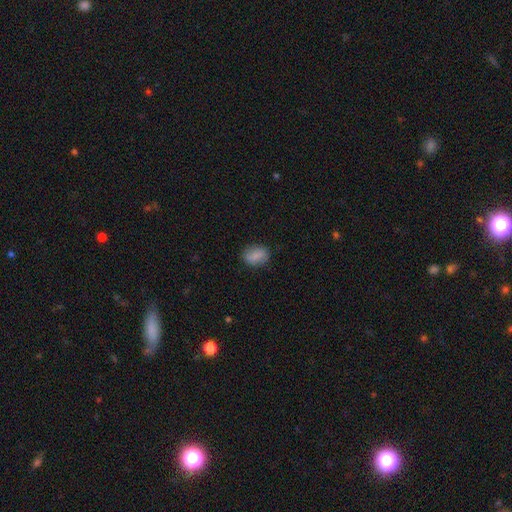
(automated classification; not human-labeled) The model was most divided on "how rounded": in between: 68%, round: 30%, cigar-shaped: 2%. More confident: merging — none (82%); smooth or featured — smooth (81%).